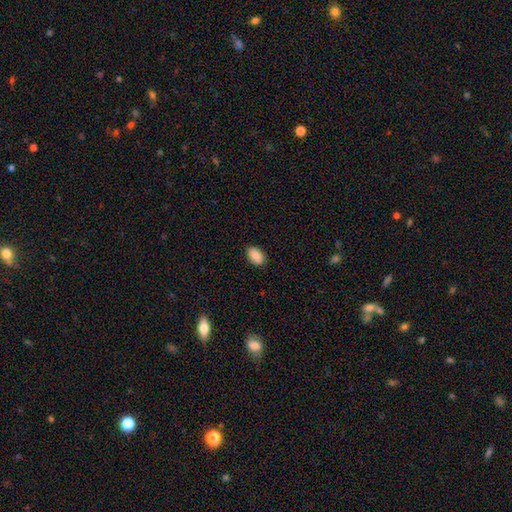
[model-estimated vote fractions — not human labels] smooth_or_featured: smooth (p=0.87) [alt: star or artifact p=0.07]
how_rounded: in between (p=0.90) [alt: round p=0.09]
merging: none (p=0.87) [alt: minor disturbance p=0.10]